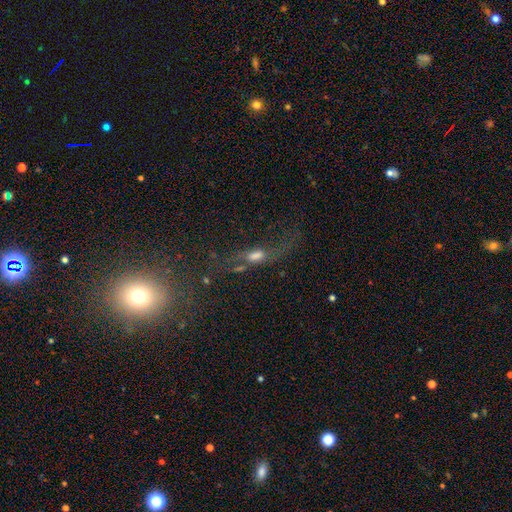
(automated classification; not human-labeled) smooth_or_featured: featured or disk (p=0.47) [alt: smooth p=0.28]
merging: none (p=0.40) [alt: major disturbance p=0.33]